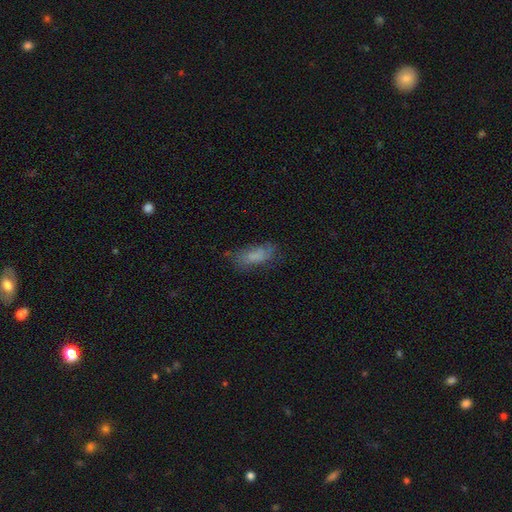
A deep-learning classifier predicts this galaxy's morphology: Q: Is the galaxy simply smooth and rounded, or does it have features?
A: smooth — 69%.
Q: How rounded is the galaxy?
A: in between — 78%.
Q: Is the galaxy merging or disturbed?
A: none — 60%.